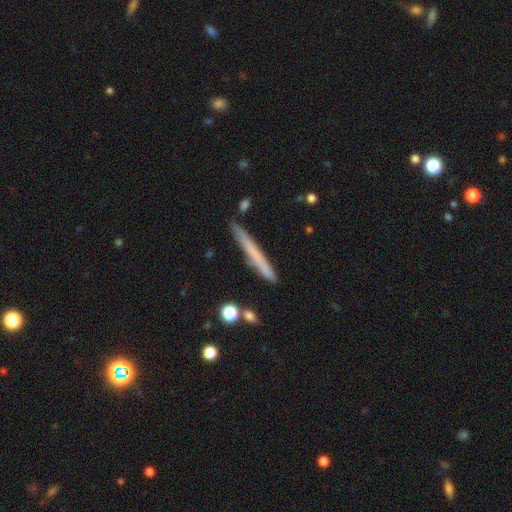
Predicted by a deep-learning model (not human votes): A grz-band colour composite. It shows a smooth galaxy with no disk features (61%) that is cigar-shaped (97%). Merging: none (86%).